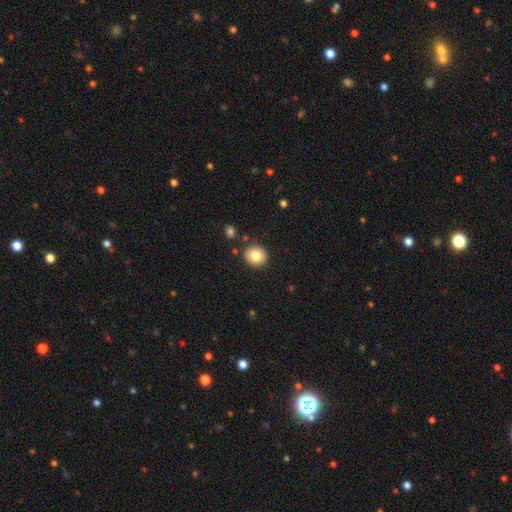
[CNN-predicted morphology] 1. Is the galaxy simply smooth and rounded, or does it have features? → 82% smooth, 9% star or artifact, 8% featured or disk.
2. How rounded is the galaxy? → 86% round, 13% in between, 1% cigar-shaped.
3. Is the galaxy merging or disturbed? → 87% none, 7% minor disturbance, 3% merger, 2% major disturbance.